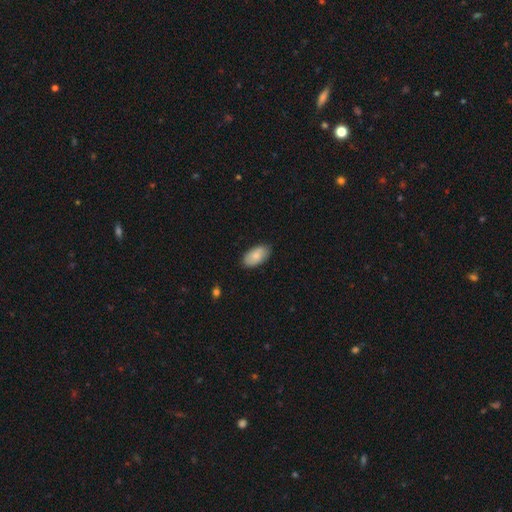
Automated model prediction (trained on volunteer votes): Smooth or featured?
  - smooth: 83% *
  - featured or disk: 11%
  - star or artifact: 6%
How rounded?
  - in between: 95% *
  - round: 3%
  - cigar-shaped: 3%
Merging?
  - none: 85% *
  - minor disturbance: 12%
  - major disturbance: 2%
  - merger: 1%